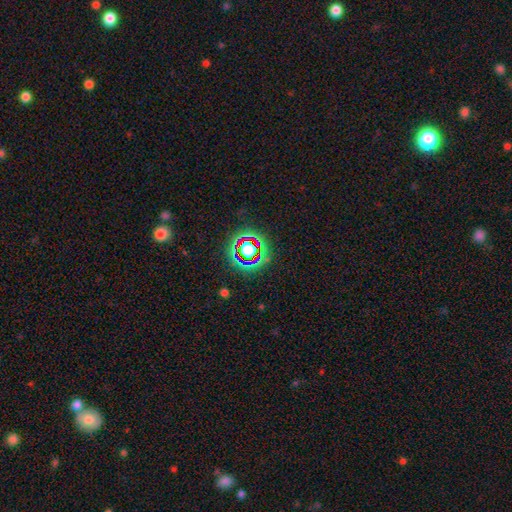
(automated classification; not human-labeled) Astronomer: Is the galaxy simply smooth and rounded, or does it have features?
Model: star or artifact — 69%.